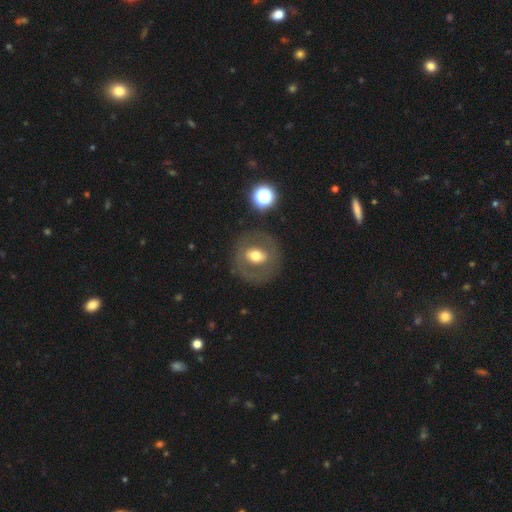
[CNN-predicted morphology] This is possibly a smooth galaxy (48%). Merging: clearly none (81%).